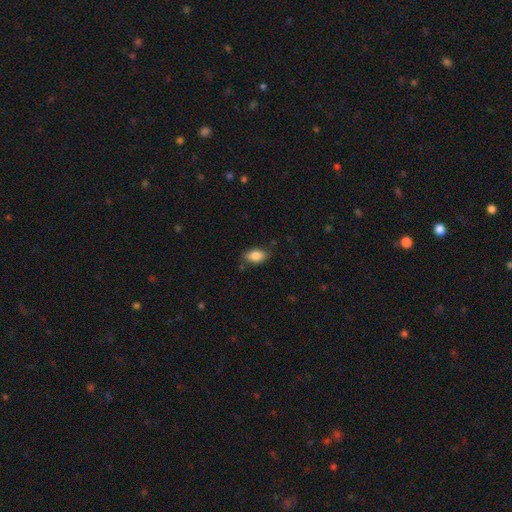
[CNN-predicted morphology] smooth 84%, featured or disk 9%, star or artifact 7%. Down the decision tree: how rounded — in between (89%); merging — none (78%).